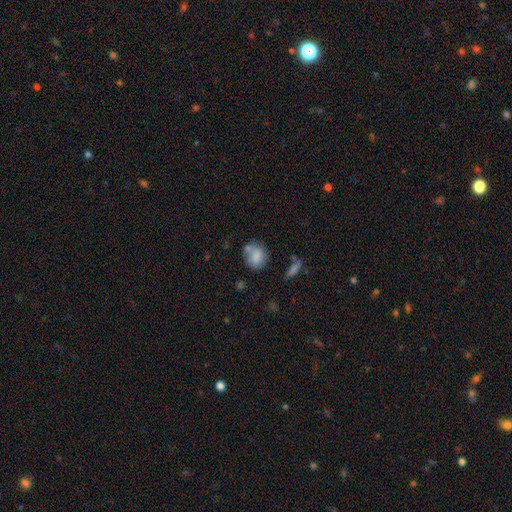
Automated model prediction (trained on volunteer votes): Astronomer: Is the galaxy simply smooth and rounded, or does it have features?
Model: smooth — 77%.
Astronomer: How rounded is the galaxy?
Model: round — 67%.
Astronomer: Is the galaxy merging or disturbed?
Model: none — 57%.